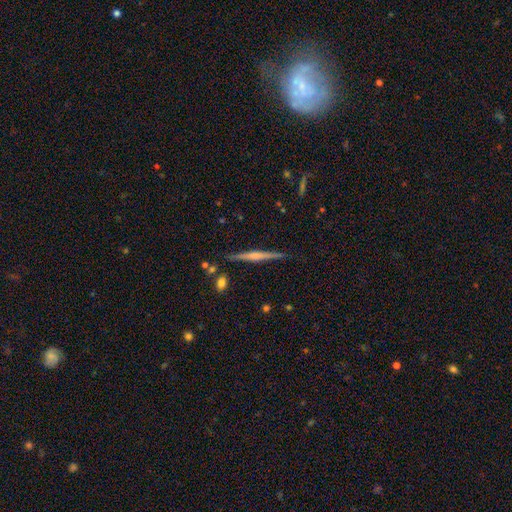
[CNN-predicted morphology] Smooth or featured?
  - featured or disk: 68% *
  - smooth: 26%
  - star or artifact: 7%
Edge-on disk?
  - yes: 98% *
  - no: 2%
Edge-on bulge?
  - rounded: 46% *
  - none: 29%
  - boxy: 24%
Merging?
  - none: 86% *
  - minor disturbance: 10%
  - merger: 2%
  - major disturbance: 2%